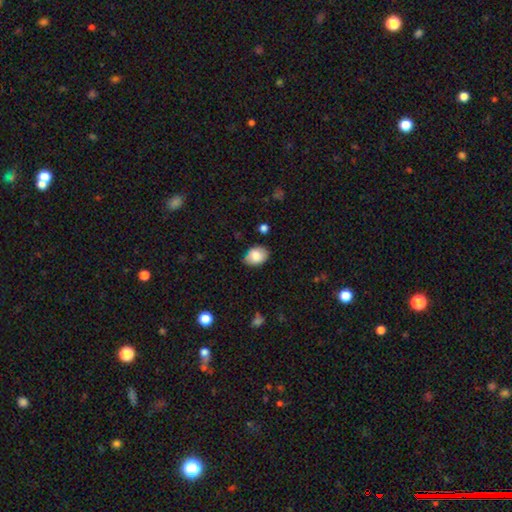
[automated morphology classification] This appears to be a smooth galaxy with no disk features (79%) that is in between round and cigar-shaped (74%). Merging: none (73%).